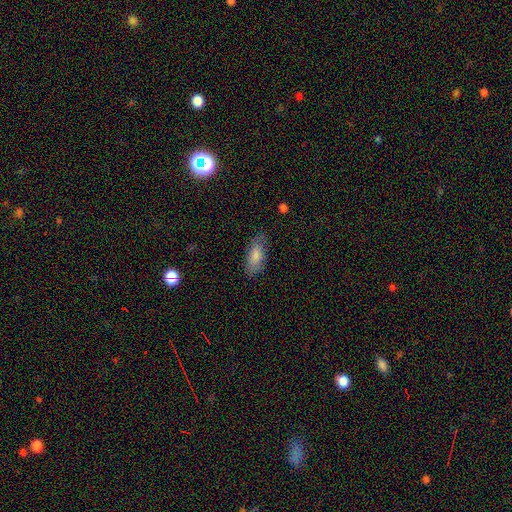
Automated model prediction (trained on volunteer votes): Morphology: type=smooth (81%); roundness=in between (84%); merging=none (76%).